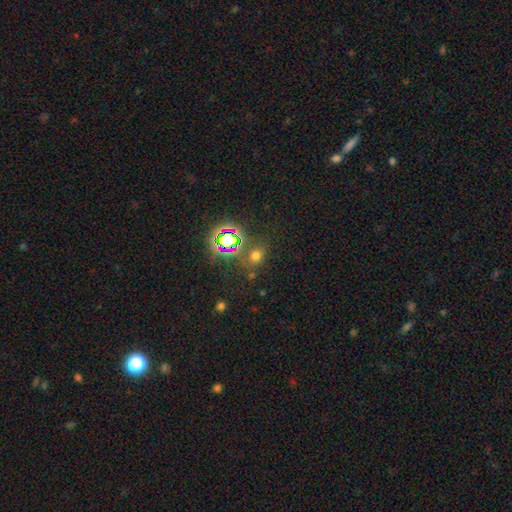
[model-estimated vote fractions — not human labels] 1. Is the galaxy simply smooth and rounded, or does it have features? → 57% smooth, 36% star or artifact, 8% featured or disk.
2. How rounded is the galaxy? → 59% round, 39% in between, 2% cigar-shaped.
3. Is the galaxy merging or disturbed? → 75% none, 12% minor disturbance, 8% merger, 5% major disturbance.